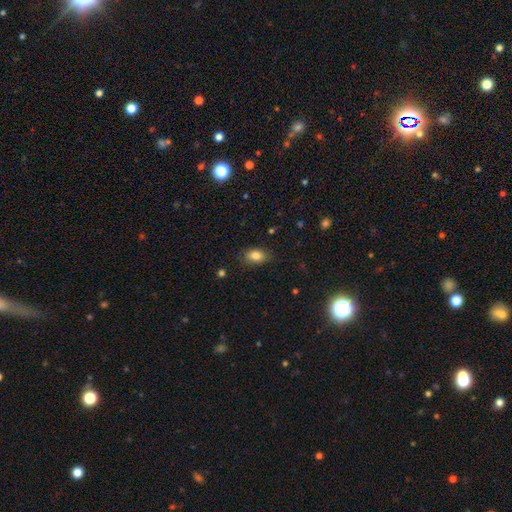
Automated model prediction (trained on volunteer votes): Smooth or featured: smooth — 83% (star or artifact — 9%)
How rounded: in between — 82% (round — 17%)
Merging: none — 81% (minor disturbance — 15%)